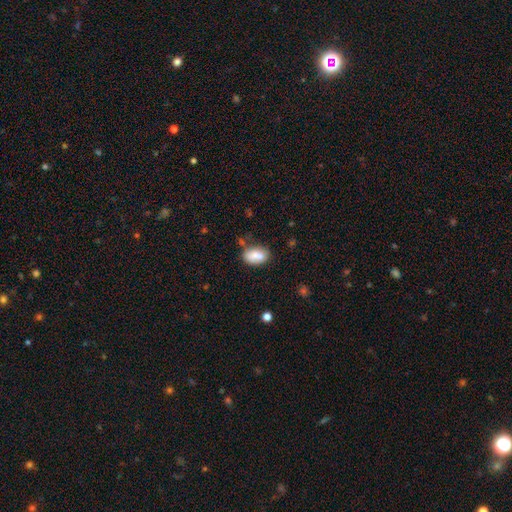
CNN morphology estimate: Q: Smooth or featured?
A: smooth (79%); runner-up: featured or disk (13%)
Q: How rounded?
A: in between (87%); runner-up: round (11%)
Q: Merging?
A: none (53%); runner-up: minor disturbance (24%)